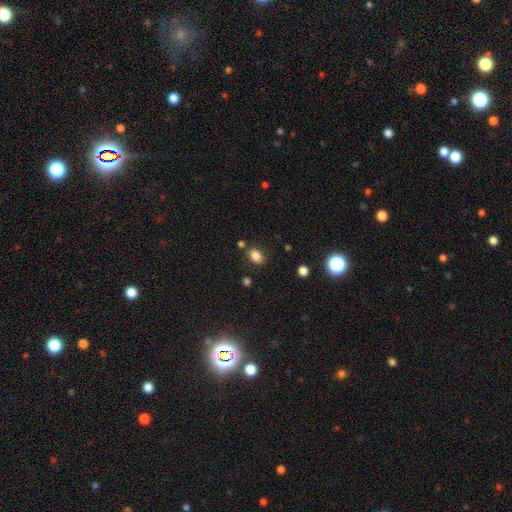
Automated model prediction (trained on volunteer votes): Morphology: type=smooth (82%); roundness=in between (76%); merging=none (74%).